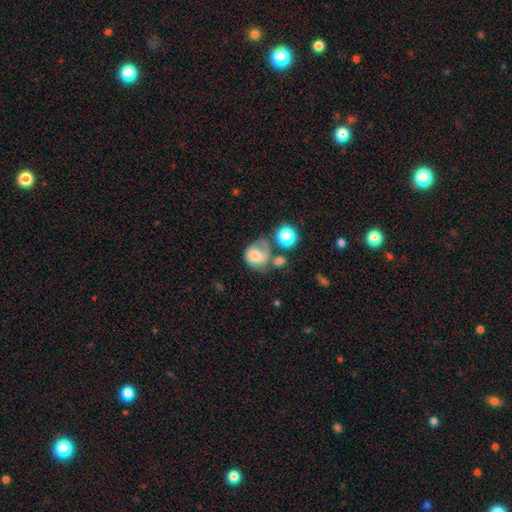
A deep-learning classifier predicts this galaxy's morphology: A smooth galaxy with no disk features (46%). Merging: none (36%).